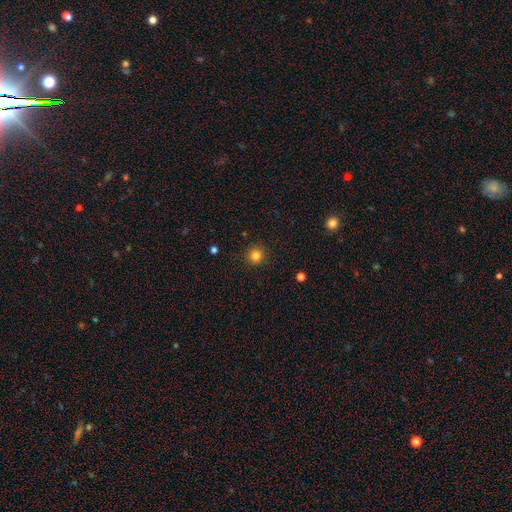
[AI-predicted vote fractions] Smooth or featured? Predicted: smooth (p=0.83). How rounded? Predicted: round (p=0.95). Merging? Predicted: none (p=0.92).